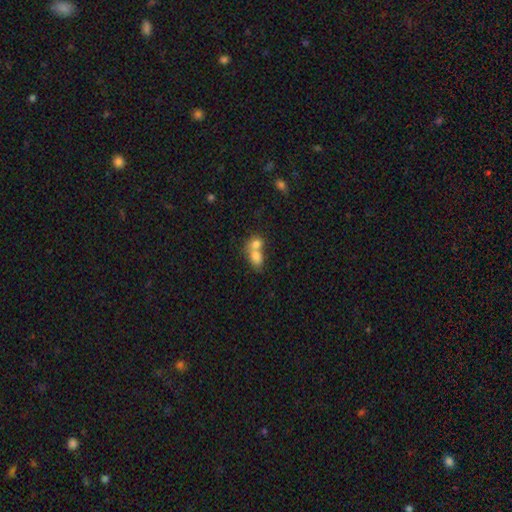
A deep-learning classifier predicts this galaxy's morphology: Q: Smooth or featured?
A: smooth (76%); runner-up: featured or disk (15%)
Q: How rounded?
A: in between (61%); runner-up: round (38%)
Q: Merging?
A: merger (71%); runner-up: none (20%)